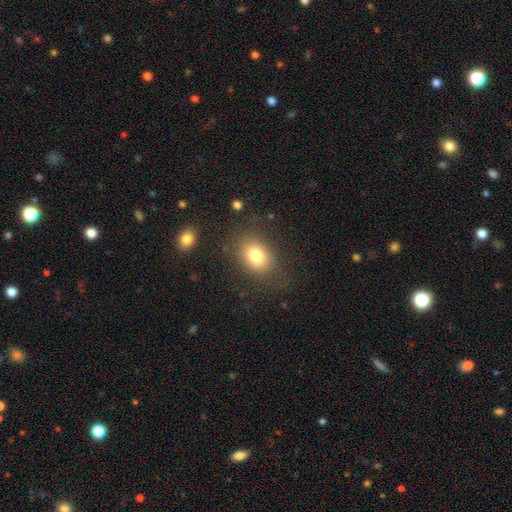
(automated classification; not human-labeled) Smooth or featured: smooth — 78% (featured or disk — 11%)
How rounded: in between — 64% (round — 35%)
Merging: none — 77% (minor disturbance — 14%)